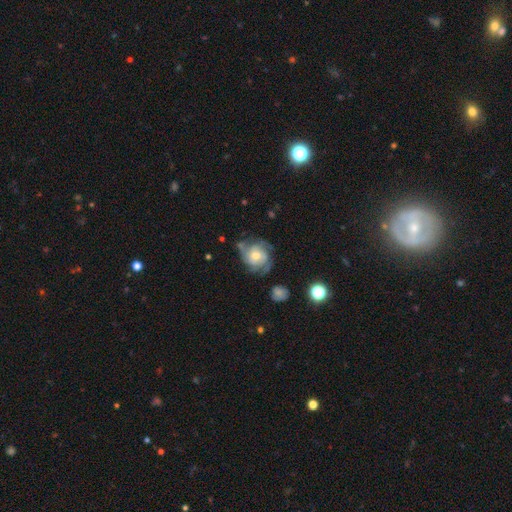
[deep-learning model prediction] featured or disk 71%, smooth 21%, star or artifact 8%. Down the decision tree: edge-on disk — no (97%); bar — no (71%); spiral arms — yes (87%); spiral arm count — can't tell (34%); spiral winding — tight (51%); bulge size — moderate (63%); merging — none (59%).